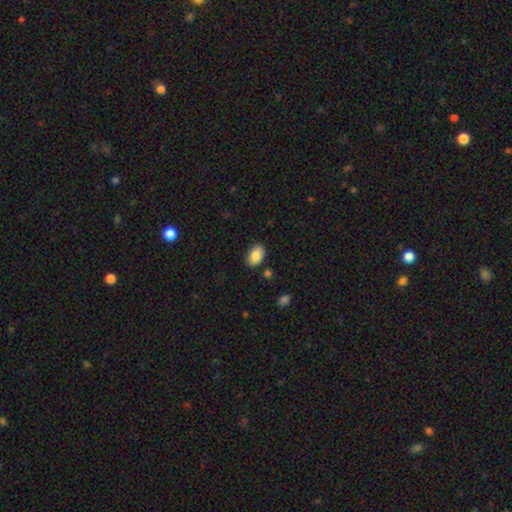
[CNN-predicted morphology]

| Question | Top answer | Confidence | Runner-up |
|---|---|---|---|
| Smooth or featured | smooth | 87% | star or artifact (7%) |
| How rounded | in between | 91% | round (8%) |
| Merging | none | 83% | minor disturbance (12%) |